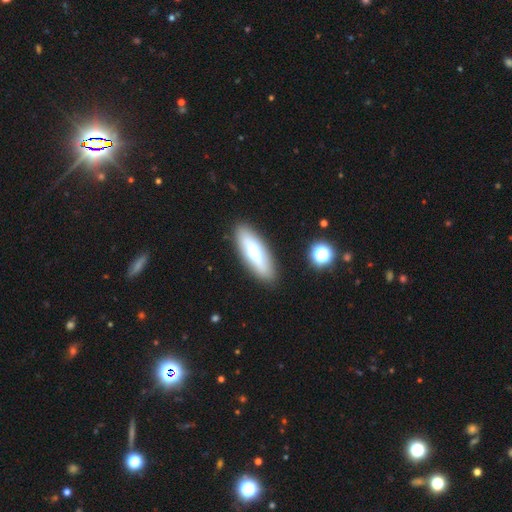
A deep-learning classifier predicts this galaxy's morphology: Smooth or featured: smooth — 51% (featured or disk — 41%)
How rounded: in between — 51% (cigar-shaped — 46%)
Merging: none — 84% (minor disturbance — 10%)